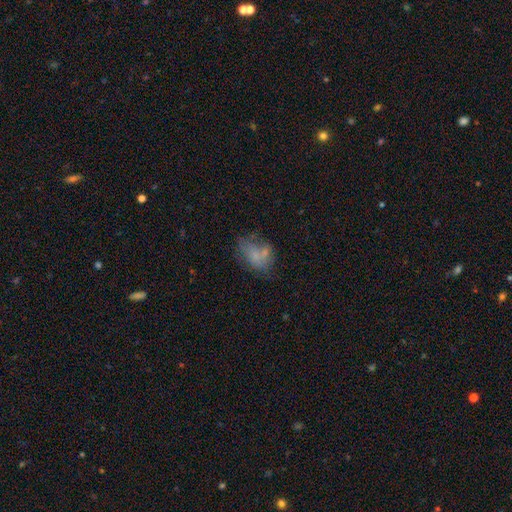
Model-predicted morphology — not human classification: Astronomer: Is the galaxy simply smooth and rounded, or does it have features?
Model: smooth — 57%.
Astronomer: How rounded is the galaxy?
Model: in between — 77%.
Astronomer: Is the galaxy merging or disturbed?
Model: none — 37% (runner-up: minor disturbance, 23%).